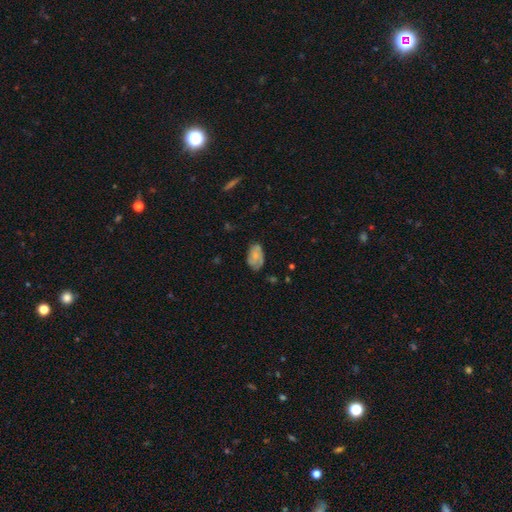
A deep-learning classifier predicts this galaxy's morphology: This is possibly a smooth galaxy (52%). How rounded: clearly in between (91%). Merging: likely none (63%).